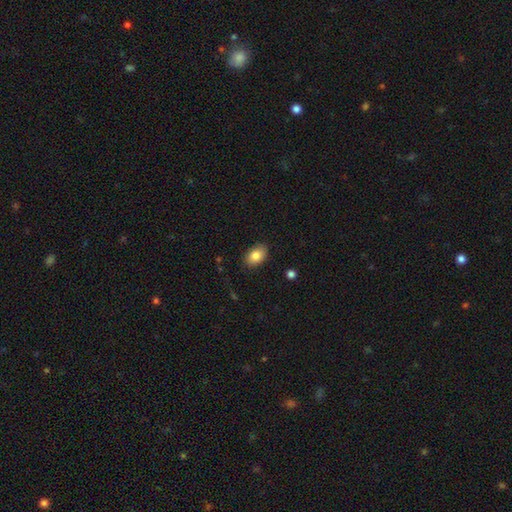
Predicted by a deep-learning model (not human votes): The model was most divided on "how rounded": in between: 86%, round: 13%, cigar-shaped: 1%. More confident: merging — none (86%); smooth or featured — smooth (84%).